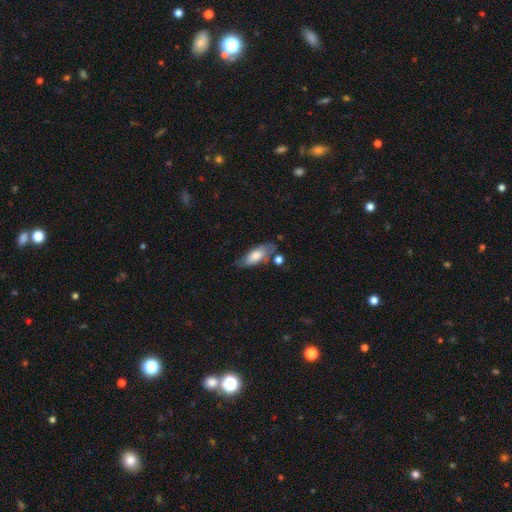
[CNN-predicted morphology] This appears to be a smooth galaxy with no disk features (68%) that is in between round and cigar-shaped (76%). Merging: none (54%).